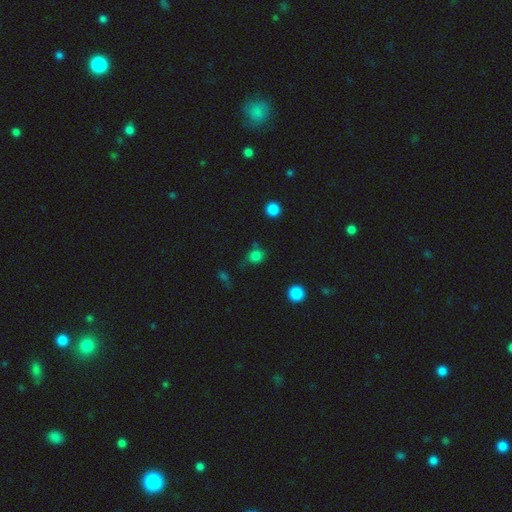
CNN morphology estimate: type=smooth (79%); roundness=round (80%); merging=none (68%).